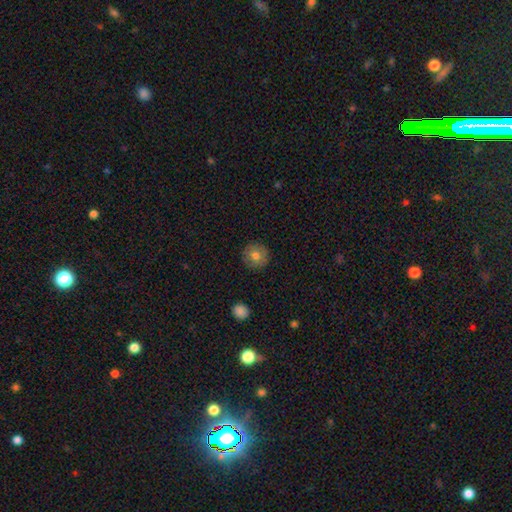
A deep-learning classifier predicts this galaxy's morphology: smooth 75%, featured or disk 16%, star or artifact 9%. Down the decision tree: how rounded — round (94%); merging — none (89%).